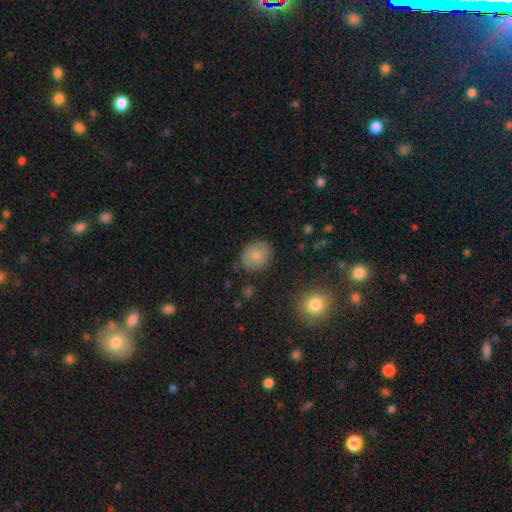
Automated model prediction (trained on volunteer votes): The model was most divided on "how rounded": round: 70%, in between: 29%, cigar-shaped: 1%. More confident: merging — none (81%); smooth or featured — smooth (78%).